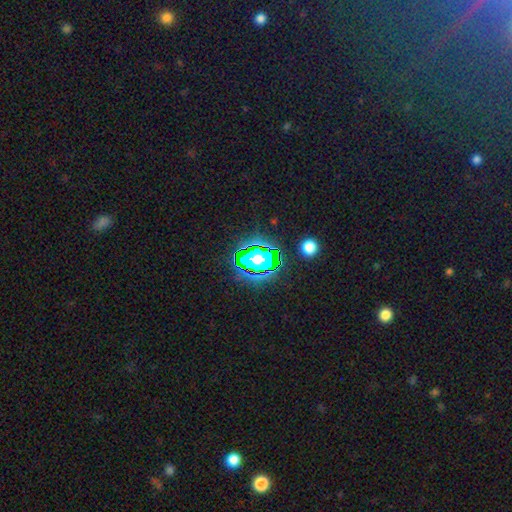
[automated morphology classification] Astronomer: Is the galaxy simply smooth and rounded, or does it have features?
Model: star or artifact — 78%.